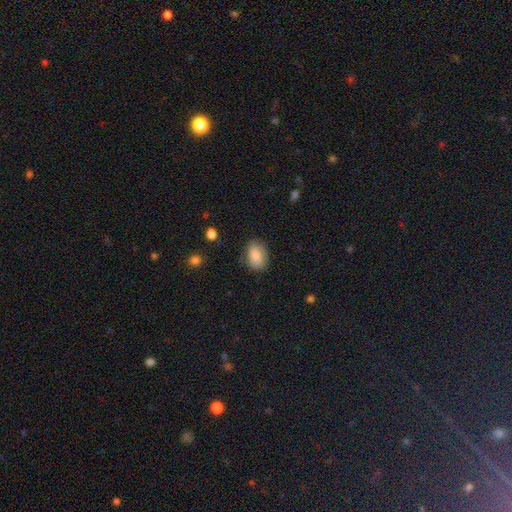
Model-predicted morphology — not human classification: This is clearly a smooth galaxy (85%). How rounded: clearly in between (84%). Merging: likely none (79%).